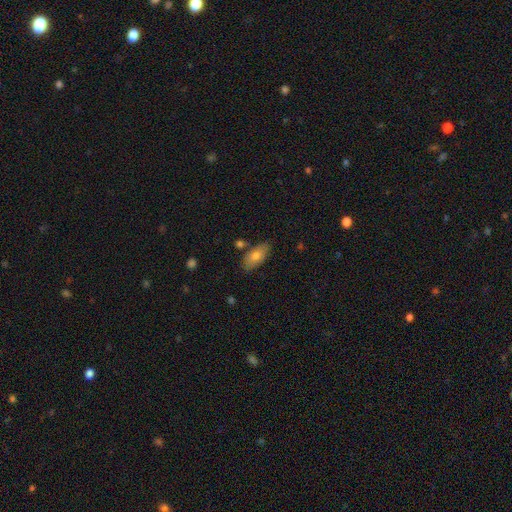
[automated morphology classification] smooth-or-featured: smooth: 73% | featured or disk: 20% | star or artifact: 7%
  how-rounded: in between: 89% | cigar-shaped: 7% | round: 3%
  merging: none: 78% | minor disturbance: 14% | merger: 6% | major disturbance: 3%